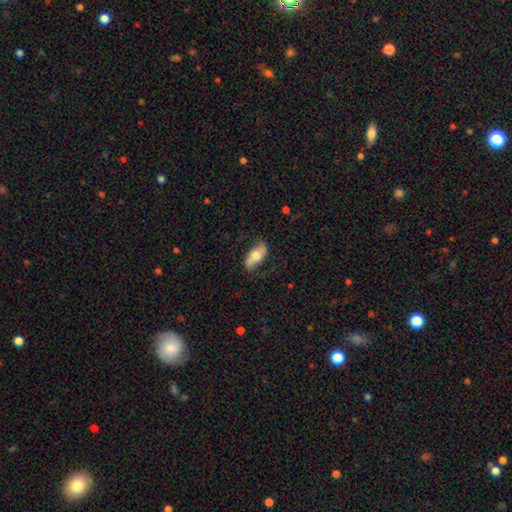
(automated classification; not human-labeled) This appears to be a smooth galaxy with no disk features (50%). Merging: none (75%).